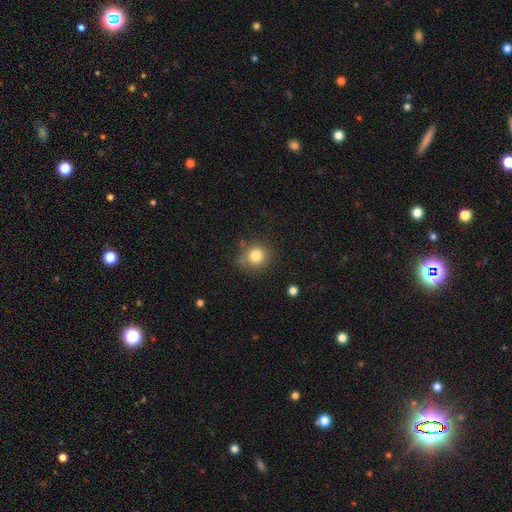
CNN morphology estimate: Smooth or featured?
  - smooth: 81% *
  - star or artifact: 11%
  - featured or disk: 8%
How rounded?
  - round: 88% *
  - in between: 11%
  - cigar-shaped: 1%
Merging?
  - none: 72% *
  - minor disturbance: 17%
  - merger: 6%
  - major disturbance: 5%